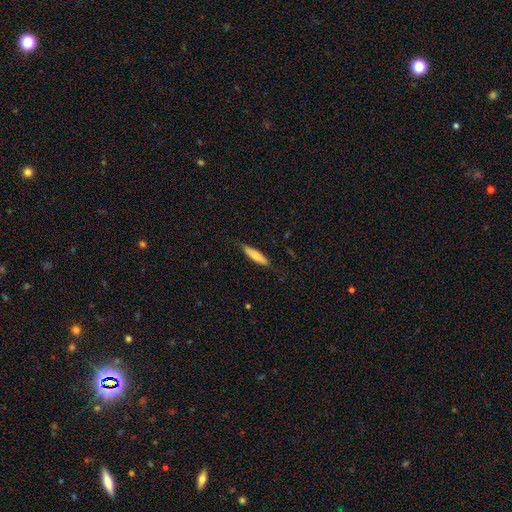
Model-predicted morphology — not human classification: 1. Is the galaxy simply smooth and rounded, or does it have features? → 72% smooth, 22% featured or disk, 6% star or artifact.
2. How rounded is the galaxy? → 75% cigar-shaped, 24% in between, 1% round.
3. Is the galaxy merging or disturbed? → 81% none, 16% minor disturbance, 3% major disturbance, 1% merger.